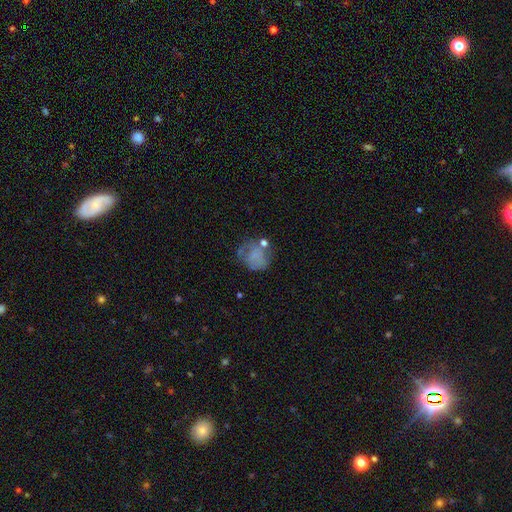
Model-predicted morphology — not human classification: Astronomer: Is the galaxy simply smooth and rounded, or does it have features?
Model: smooth — 57% (runner-up: featured or disk, 32%).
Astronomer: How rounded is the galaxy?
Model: round — 69%.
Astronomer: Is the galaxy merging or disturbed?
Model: none — 42% (runner-up: minor disturbance, 25%).